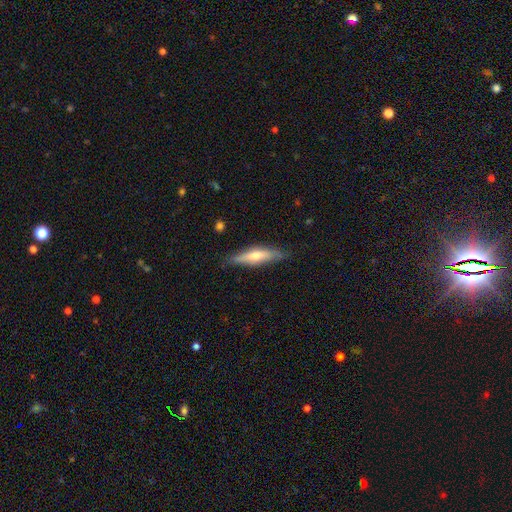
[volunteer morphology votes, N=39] Smooth or featured: featured or disk — 54% (smooth — 36%)
Edge-on disk: yes — 76% (no — 24%)
Edge-on bulge: rounded — 88% (boxy — 6%)
Merging: none — 91% (minor disturbance — 9%)